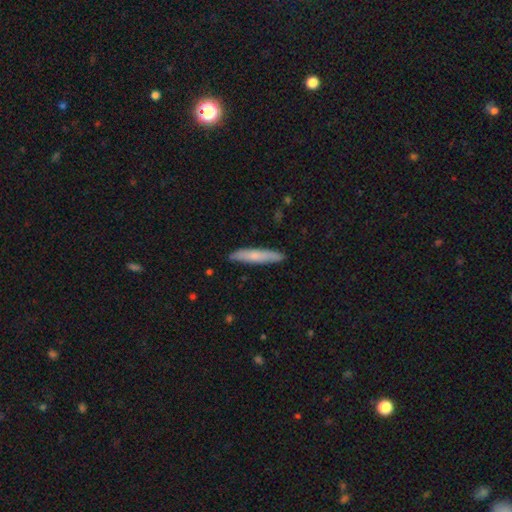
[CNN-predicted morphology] Smooth or featured? Predicted: smooth (p=0.66). How rounded? Predicted: cigar-shaped (p=0.91). Merging? Predicted: none (p=0.88).